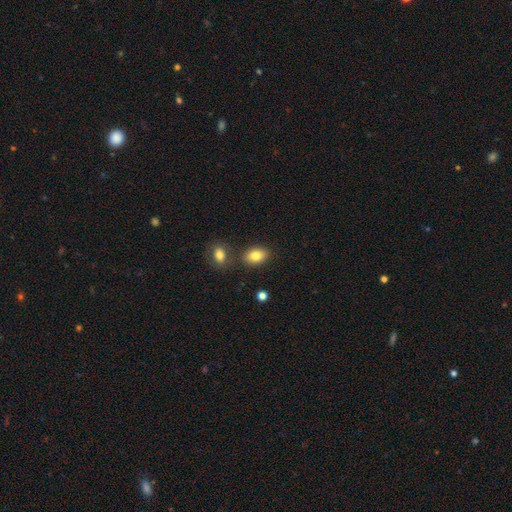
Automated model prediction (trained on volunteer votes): Smooth or featured?
  - smooth: 83% *
  - featured or disk: 9%
  - star or artifact: 8%
How rounded?
  - in between: 84% *
  - round: 15%
  - cigar-shaped: 1%
Merging?
  - none: 76% *
  - merger: 11%
  - minor disturbance: 11%
  - major disturbance: 3%